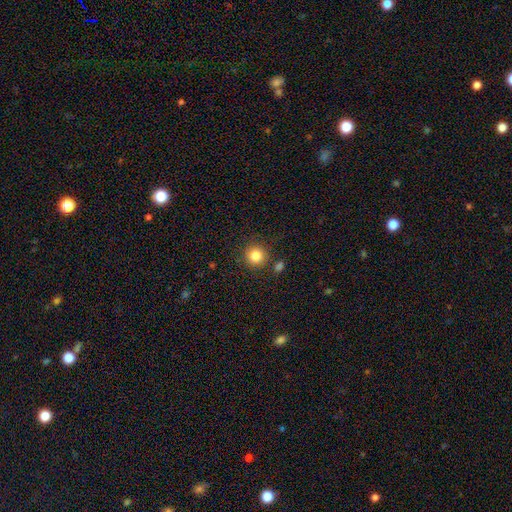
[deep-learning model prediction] smooth-or-featured: smooth: 84% | star or artifact: 11% | featured or disk: 5%
  how-rounded: round: 94% | in between: 5% | cigar-shaped: 1%
  merging: none: 85% | minor disturbance: 7% | merger: 5% | major disturbance: 3%